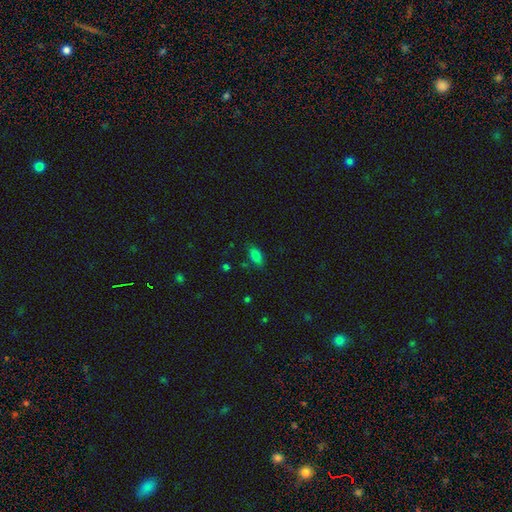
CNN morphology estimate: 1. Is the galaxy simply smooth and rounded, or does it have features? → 81% smooth, 13% star or artifact, 6% featured or disk.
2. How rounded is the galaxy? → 89% in between, 6% cigar-shaped, 4% round.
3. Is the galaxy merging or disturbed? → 78% none, 15% minor disturbance, 4% major disturbance, 2% merger.